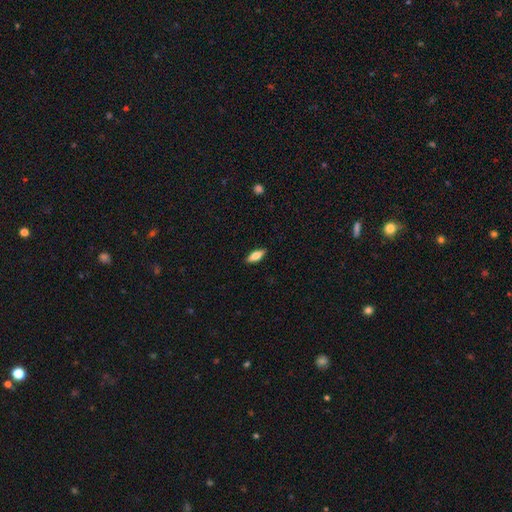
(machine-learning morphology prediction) Overall: smooth (74%). How rounded: in between (74%). Merging: none (89%).